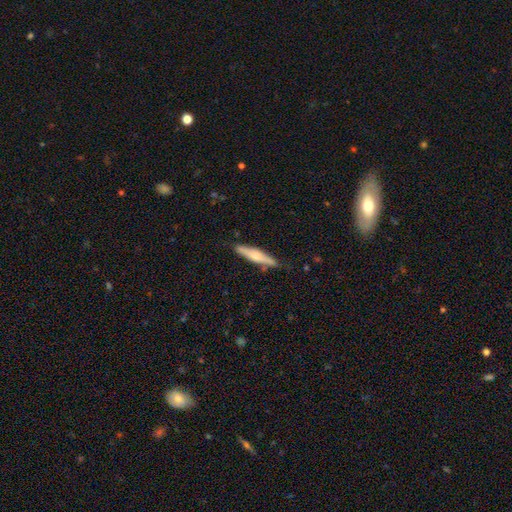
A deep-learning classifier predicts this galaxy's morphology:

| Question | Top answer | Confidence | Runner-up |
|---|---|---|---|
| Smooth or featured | smooth | 53% | featured or disk (41%) |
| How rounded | cigar-shaped | 87% | in between (11%) |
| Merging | none | 80% | minor disturbance (15%) |